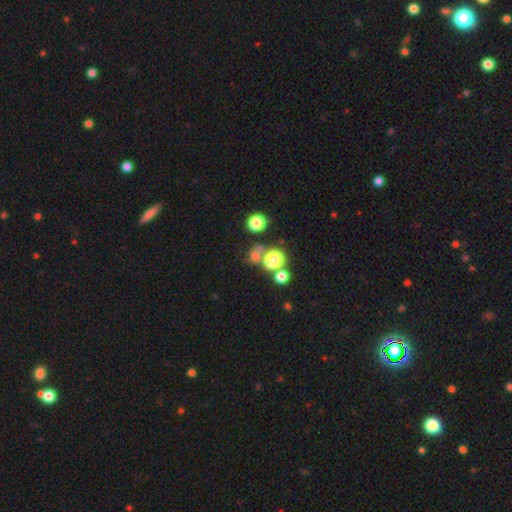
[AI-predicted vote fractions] A star or artifact, not a galaxy (56%).